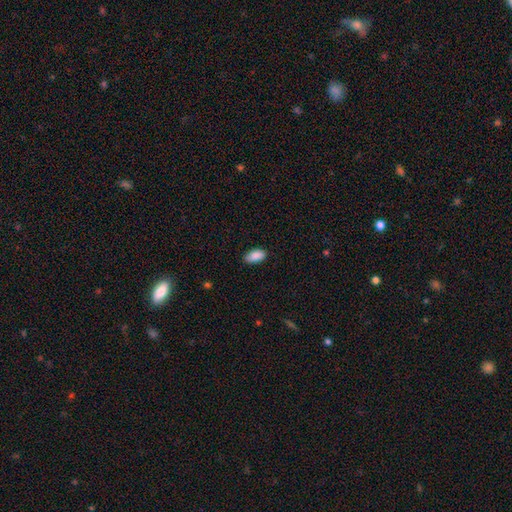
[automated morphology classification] This appears to be a smooth galaxy with no disk features (88%) that is in between round and cigar-shaped (94%). Merging: none (84%).